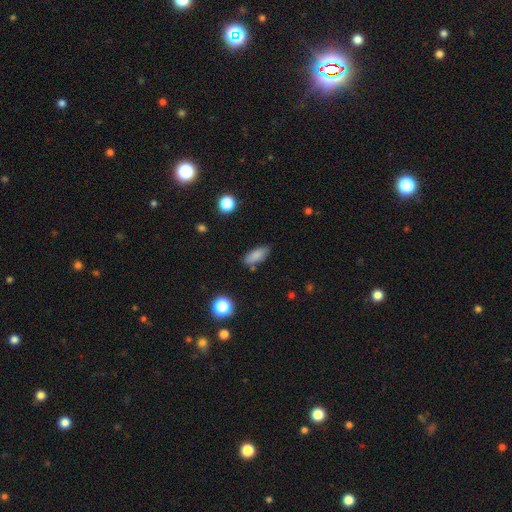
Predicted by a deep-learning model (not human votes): smooth-or-featured: smooth: 84% | star or artifact: 9% | featured or disk: 7%
  how-rounded: in between: 78% | cigar-shaped: 19% | round: 3%
  merging: none: 78% | minor disturbance: 15% | merger: 4% | major disturbance: 3%